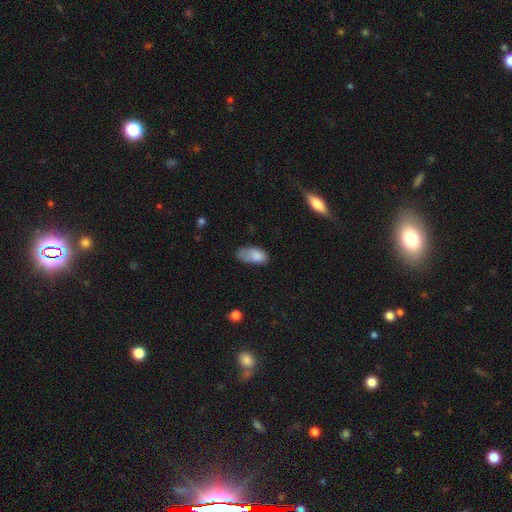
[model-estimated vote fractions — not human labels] Smooth or featured?
  - smooth: 78% *
  - featured or disk: 14%
  - star or artifact: 8%
How rounded?
  - in between: 91% *
  - cigar-shaped: 5%
  - round: 4%
Merging?
  - none: 38% *
  - minor disturbance: 34%
  - major disturbance: 21%
  - merger: 7%